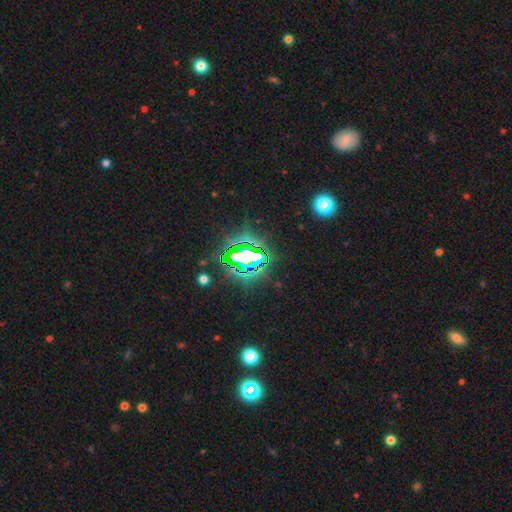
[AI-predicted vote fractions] A star or artifact, not a galaxy (76%).

Vote fractions:
- Smooth or featured? star or artifact: 76% / smooth: 13% / featured or disk: 11%